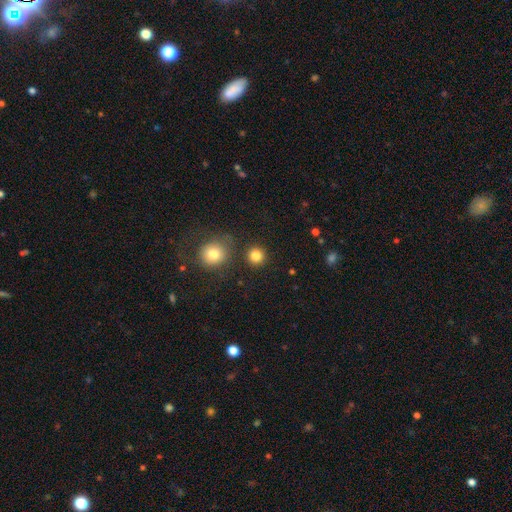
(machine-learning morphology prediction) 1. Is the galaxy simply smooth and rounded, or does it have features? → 84% smooth, 12% star or artifact, 4% featured or disk.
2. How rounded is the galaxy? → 93% round, 6% in between, 1% cigar-shaped.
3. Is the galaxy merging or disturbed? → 87% none, 6% minor disturbance, 5% merger, 3% major disturbance.